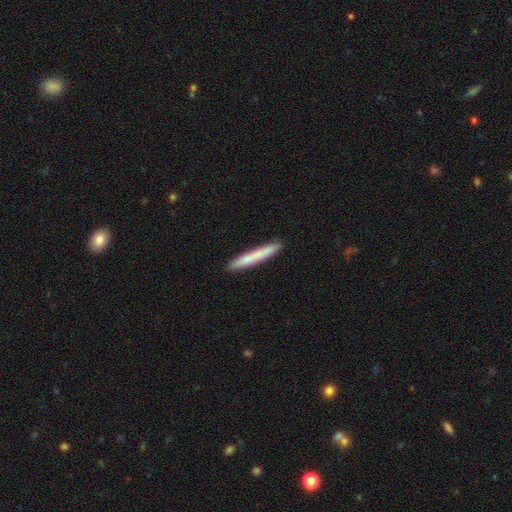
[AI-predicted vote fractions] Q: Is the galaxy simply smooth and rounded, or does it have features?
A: smooth — 73%.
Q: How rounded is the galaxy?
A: cigar-shaped — 96%.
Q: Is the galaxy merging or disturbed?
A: none — 92%.